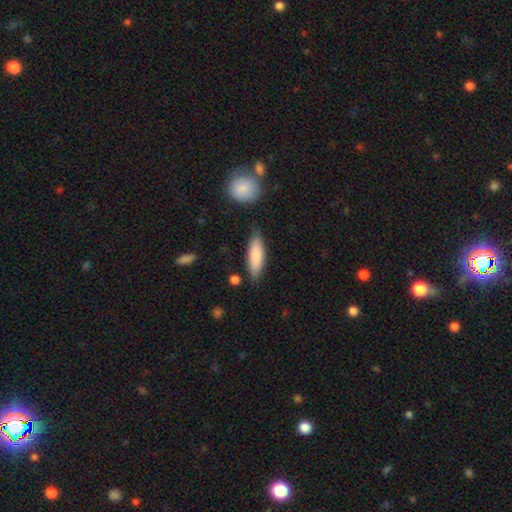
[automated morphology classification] Overall: smooth (83%). How rounded: cigar-shaped (53%; in between 46%). Merging: none (79%).